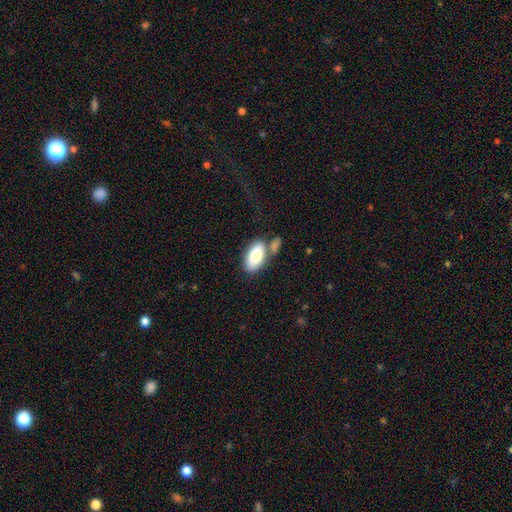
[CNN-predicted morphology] Smooth or featured? Predicted: smooth (p=0.80). How rounded? Predicted: in between (p=0.93). Merging? Predicted: none (p=0.56).